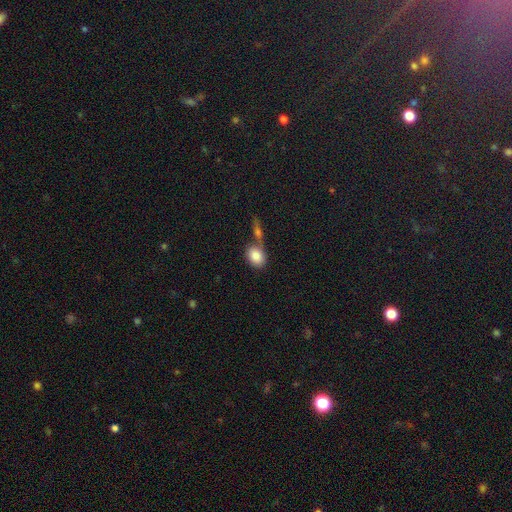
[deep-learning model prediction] This appears to be a smooth galaxy with no disk features (85%) that is in between round and cigar-shaped (69%). Merging: none (46%).